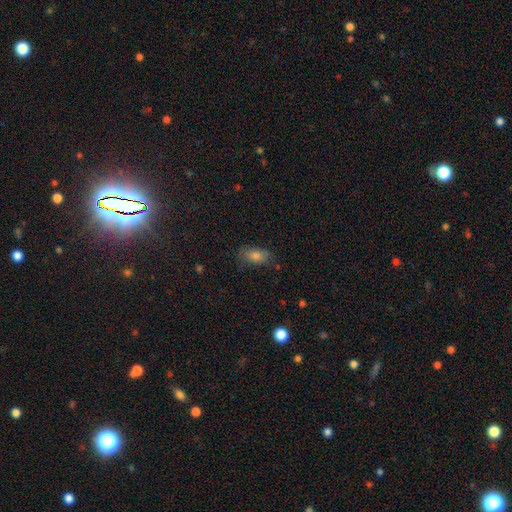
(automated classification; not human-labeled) This appears to be a smooth galaxy with no disk features (72%) that is in between round and cigar-shaped (85%). Merging: none (75%).